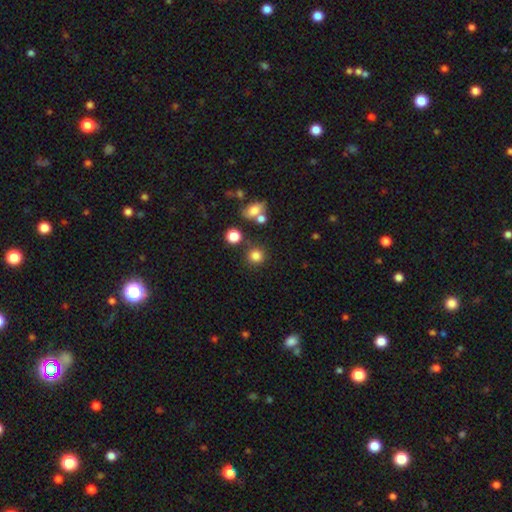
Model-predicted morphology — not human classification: The model was most divided on "smooth or featured": smooth: 81%, star or artifact: 14%, featured or disk: 5%. More confident: how rounded — round (90%); merging — none (79%).